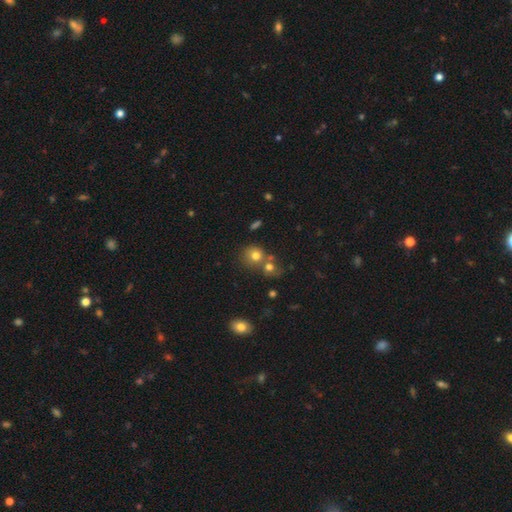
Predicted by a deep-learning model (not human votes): Smooth or featured?
  - smooth: 73% *
  - star or artifact: 15%
  - featured or disk: 13%
How rounded?
  - round: 81% *
  - in between: 18%
  - cigar-shaped: 1%
Merging?
  - none: 49% *
  - merger: 37%
  - minor disturbance: 9%
  - major disturbance: 4%